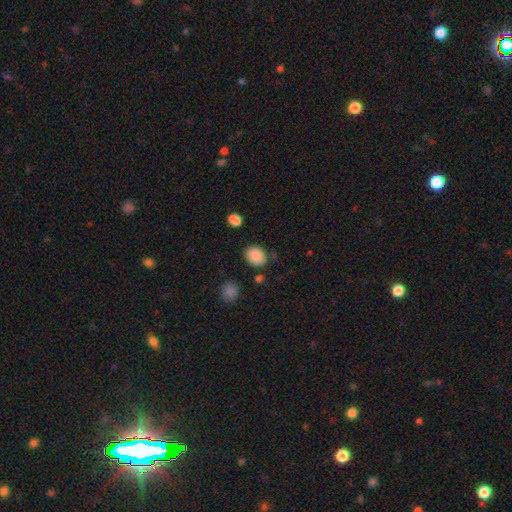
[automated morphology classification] A smooth galaxy with no disk features (87%) that is round (56%). Merging: none (83%).